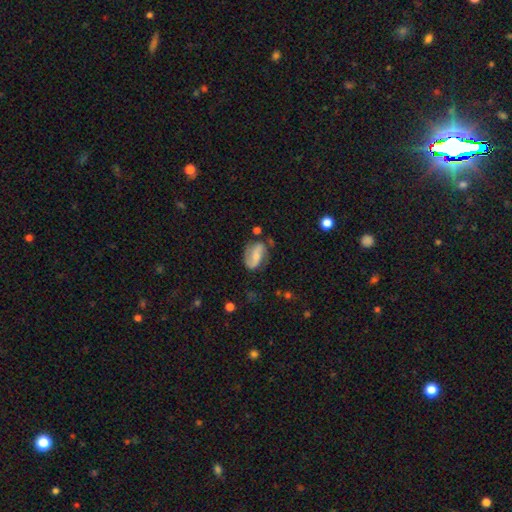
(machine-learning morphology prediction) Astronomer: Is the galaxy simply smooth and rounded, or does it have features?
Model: featured or disk — 67%.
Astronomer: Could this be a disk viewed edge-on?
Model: no — 97%.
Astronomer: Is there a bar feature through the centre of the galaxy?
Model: weak — 36% (runner-up: no, 34%).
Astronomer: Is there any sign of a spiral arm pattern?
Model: yes — 90%.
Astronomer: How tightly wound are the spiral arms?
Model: loose — 43% (runner-up: medium, 39%).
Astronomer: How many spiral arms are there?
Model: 2 — 82%.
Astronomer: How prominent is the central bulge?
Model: none — 39% (runner-up: small, 30%).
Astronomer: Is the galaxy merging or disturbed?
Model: none — 62%.